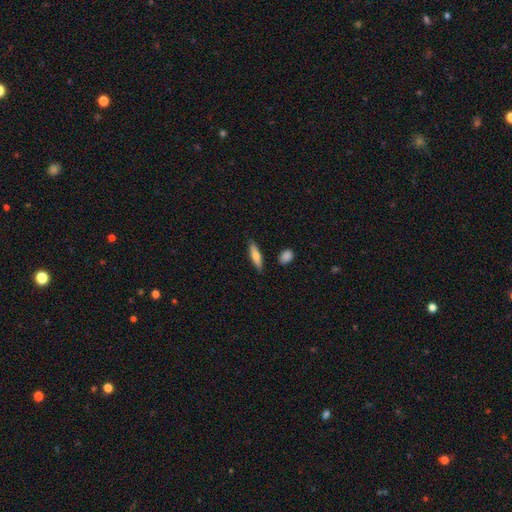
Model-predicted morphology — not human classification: A smooth galaxy with no disk features (67%) that is cigar-shaped (64%).

Vote fractions:
- Smooth or featured? smooth: 67% / featured or disk: 27% / star or artifact: 6%
- How rounded? cigar-shaped: 64% / in between: 34% / round: 2%
- Merging? none: 85% / minor disturbance: 10% / merger: 2% / major disturbance: 2%